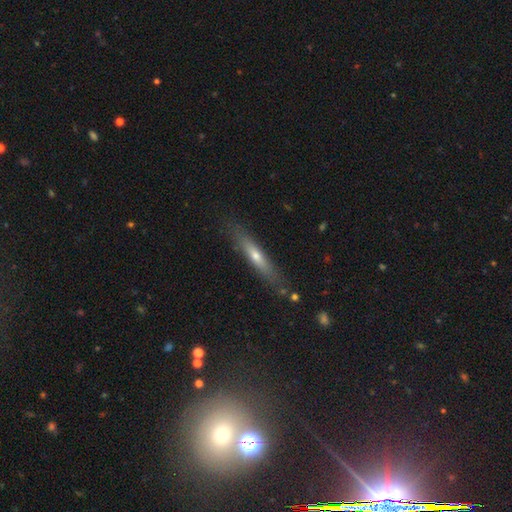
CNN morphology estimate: Smooth or featured: smooth — 48% (featured or disk — 45%)
Merging: none — 84% (minor disturbance — 12%)